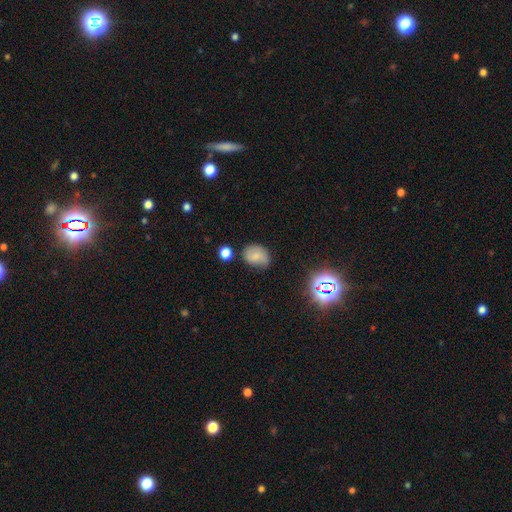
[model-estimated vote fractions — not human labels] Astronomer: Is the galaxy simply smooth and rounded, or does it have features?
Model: smooth — 68%.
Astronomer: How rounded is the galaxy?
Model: in between — 58% (runner-up: round, 41%).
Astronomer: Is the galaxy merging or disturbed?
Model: none — 65%.